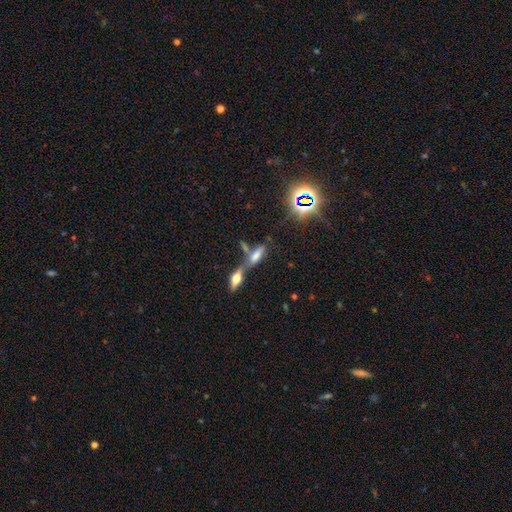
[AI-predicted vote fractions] A smooth galaxy with no disk features (55%) that is in between round and cigar-shaped (55%).

Vote fractions:
- Smooth or featured? smooth: 55% / featured or disk: 24% / star or artifact: 20%
- How rounded? in between: 55% / cigar-shaped: 41% / round: 4%
- Merging? merger: 55% / none: 31% / minor disturbance: 9% / major disturbance: 5%